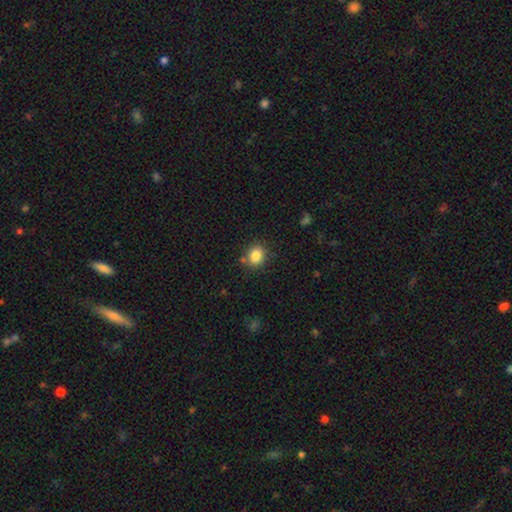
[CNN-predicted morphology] This appears to be a smooth galaxy with no disk features (85%) that is round (64%). Merging: none (80%).